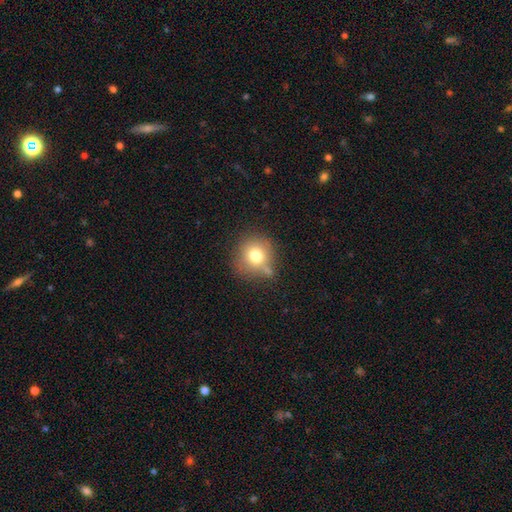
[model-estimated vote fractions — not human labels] smooth 76%, featured or disk 12%, star or artifact 12%. Down the decision tree: how rounded — round (88%); merging — none (67%).